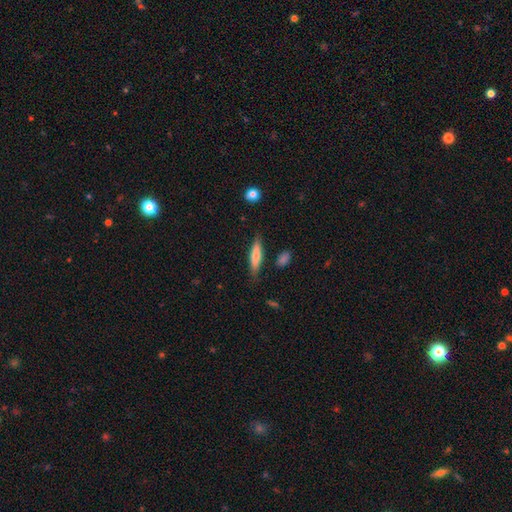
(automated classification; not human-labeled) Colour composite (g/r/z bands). It shows a smooth galaxy with no disk features (70%) that is cigar-shaped (79%). Merging: none (80%).